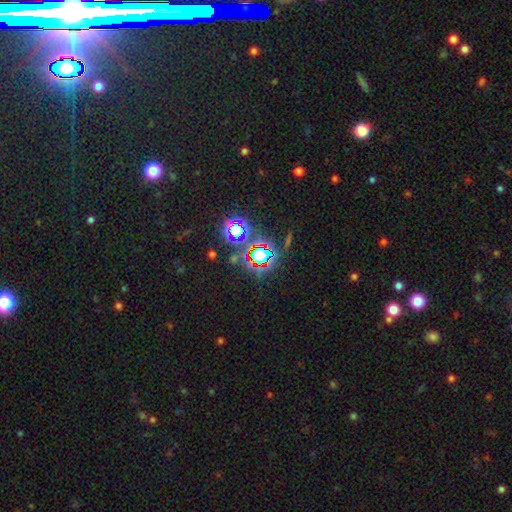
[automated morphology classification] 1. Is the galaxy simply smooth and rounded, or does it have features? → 75% star or artifact, 15% smooth, 10% featured or disk.